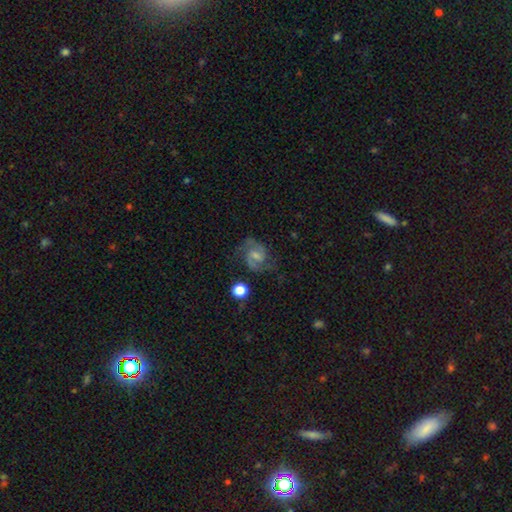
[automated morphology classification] This is likely a featured or disk galaxy (77%). It is clearly not viewed edge-on (98%). Bar: possibly weak (54%). Spiral arm pattern: clearly yes (95%). Spiral arm count: clearly 2 (90%). Spiral winding: possibly medium (55%). Central bulge: marginally small (40%). Merging: likely none (64%).